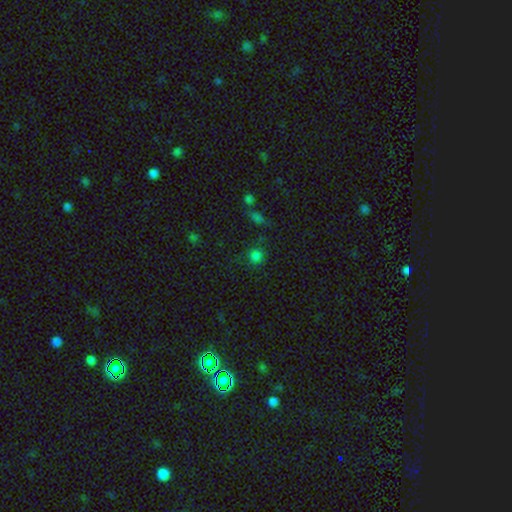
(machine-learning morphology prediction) Smooth or featured: smooth — 76% (star or artifact — 19%)
How rounded: round — 91% (in between — 8%)
Merging: none — 78% (minor disturbance — 12%)